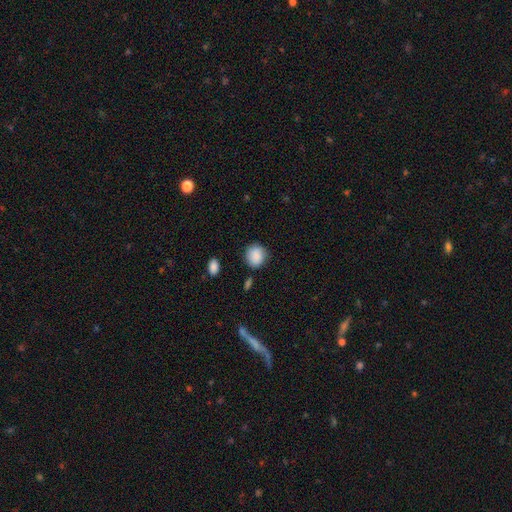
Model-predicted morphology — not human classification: smooth-or-featured: smooth: 87% | star or artifact: 8% | featured or disk: 5%
  how-rounded: round: 77% | in between: 22% | cigar-shaped: 1%
  merging: none: 78% | minor disturbance: 15% | major disturbance: 4% | merger: 3%